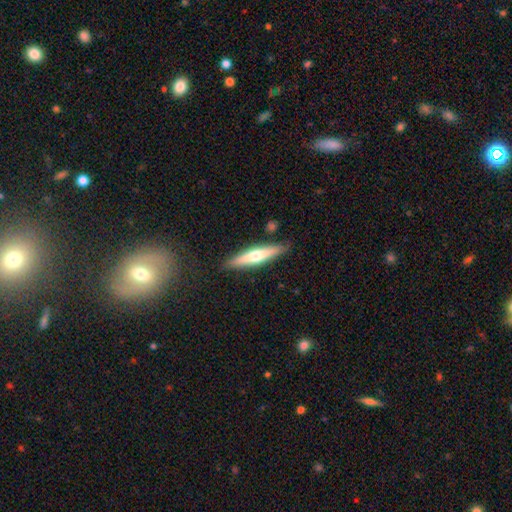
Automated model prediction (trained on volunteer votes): featured or disk 50%, smooth 44%, star or artifact 6%. Down the decision tree: edge-on disk — yes (93%); merging — none (86%).